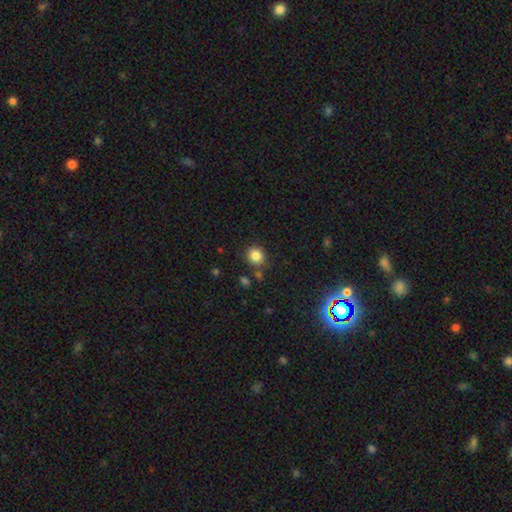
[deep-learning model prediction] A smooth galaxy with no disk features (84%) that is round (85%).

Vote fractions:
- Smooth or featured? smooth: 84% / star or artifact: 11% / featured or disk: 5%
- How rounded? round: 85% / in between: 14% / cigar-shaped: 1%
- Merging? none: 82% / minor disturbance: 10% / merger: 6% / major disturbance: 3%